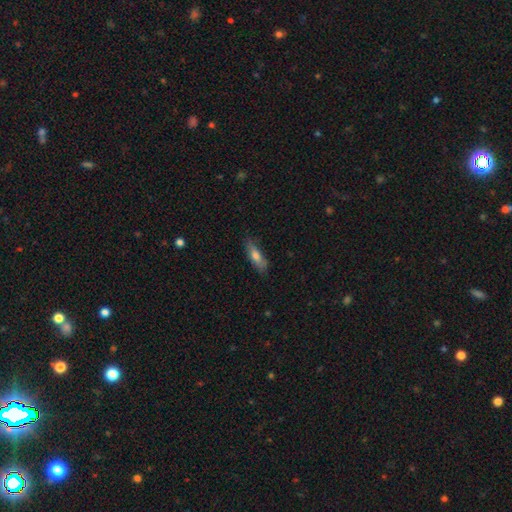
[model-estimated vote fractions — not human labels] This appears to be a smooth galaxy with no disk features (61%) that is cigar-shaped (55%). Merging: none (79%).